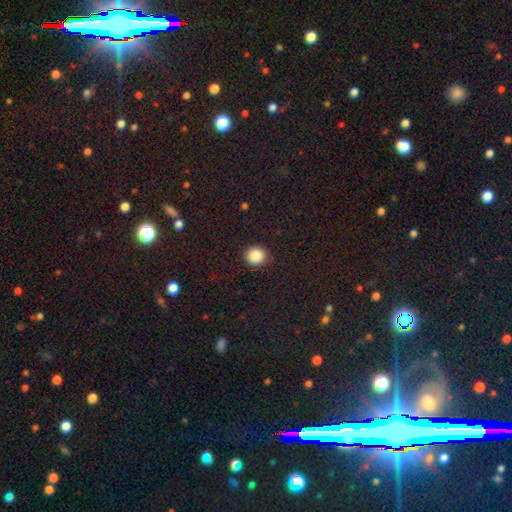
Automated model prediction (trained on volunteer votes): Smooth or featured? smooth (86%)
How rounded? round (89%)
Merging? none (90%)